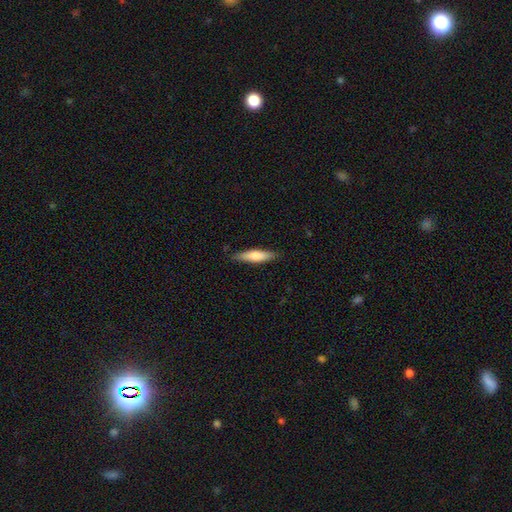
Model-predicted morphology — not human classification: type=smooth (70%); roundness=cigar-shaped (77%); merging=none (86%).